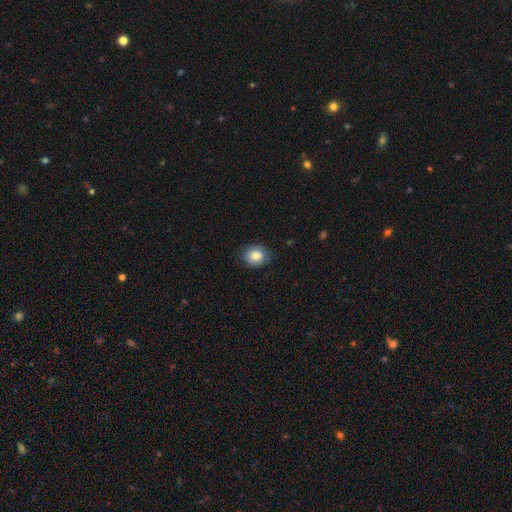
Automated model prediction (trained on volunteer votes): The model was most divided on "how rounded": round: 62%, in between: 37%, cigar-shaped: 1%. More confident: smooth or featured — smooth (83%); merging — none (79%).